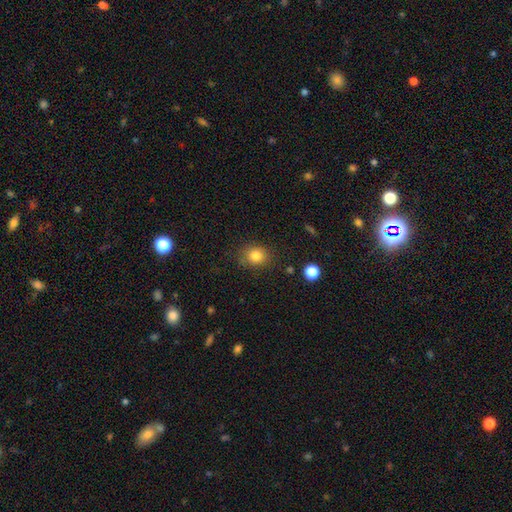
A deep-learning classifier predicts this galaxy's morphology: Smooth or featured? Predicted: smooth (p=0.83). How rounded? Predicted: round (p=0.71). Merging? Predicted: none (p=0.81).